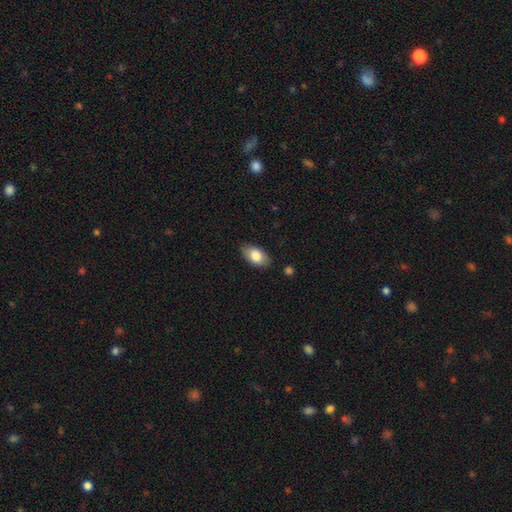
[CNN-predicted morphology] This appears to be a smooth galaxy with no disk features (82%) that is in between round and cigar-shaped (93%). Merging: none (84%).